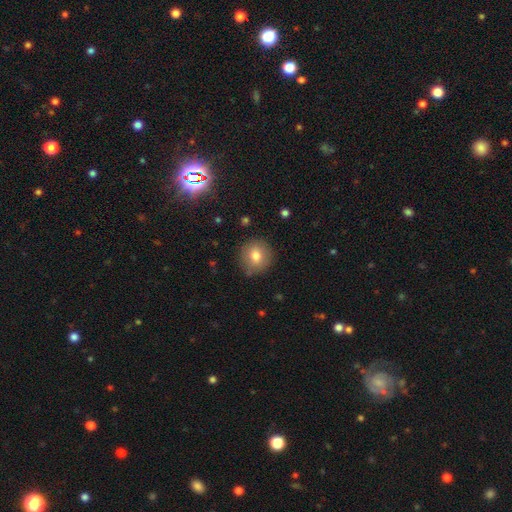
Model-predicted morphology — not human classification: smooth 78%, featured or disk 12%, star or artifact 10%. Down the decision tree: how rounded — round (89%); merging — none (84%).